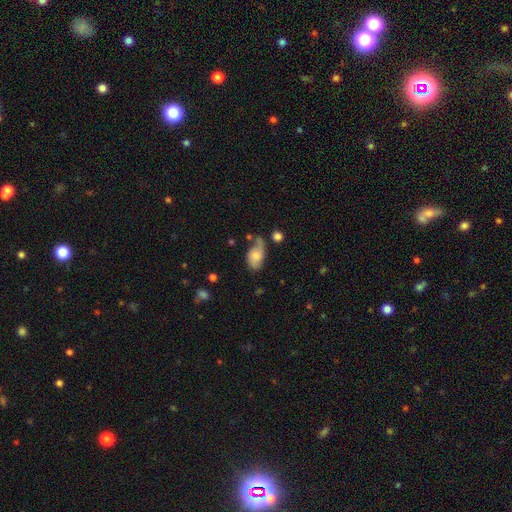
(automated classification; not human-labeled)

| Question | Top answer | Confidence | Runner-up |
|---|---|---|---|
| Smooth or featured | smooth | 50% | featured or disk (42%) |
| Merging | none | 41% | minor disturbance (32%) |